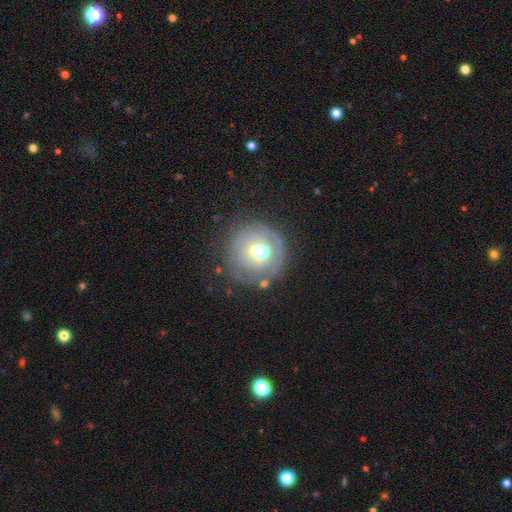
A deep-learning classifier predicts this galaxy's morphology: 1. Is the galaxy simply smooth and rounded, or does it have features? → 54% featured or disk, 36% smooth, 10% star or artifact.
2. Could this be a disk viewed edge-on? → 95% no, 5% yes.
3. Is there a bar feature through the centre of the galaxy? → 61% no, 30% weak, 9% strong.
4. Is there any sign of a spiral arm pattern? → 52% no, 48% yes.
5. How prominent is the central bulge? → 72% moderate, 18% large, 7% small, 2% dominant, 1% none.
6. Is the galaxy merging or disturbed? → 73% none, 16% minor disturbance, 7% major disturbance, 3% merger.